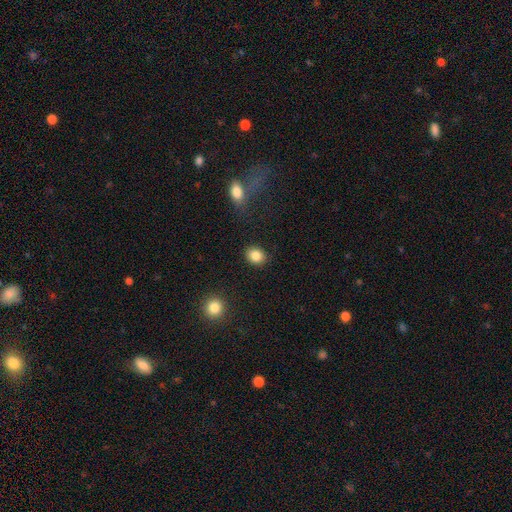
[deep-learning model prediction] Overall: smooth (85%). How rounded: round (54%; in between 45%). Merging: none (88%).